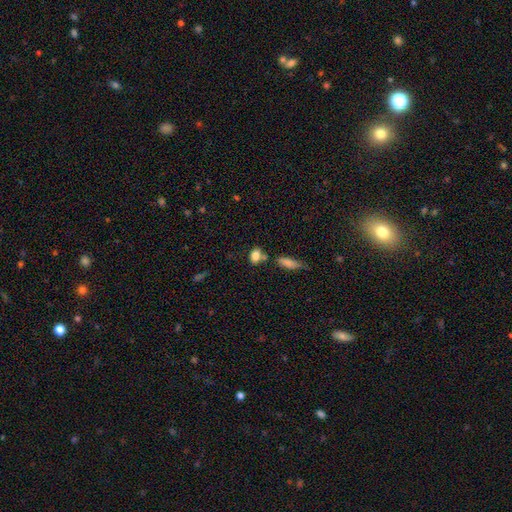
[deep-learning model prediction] smooth-or-featured: smooth: 82% | star or artifact: 9% | featured or disk: 9%
  how-rounded: in between: 71% | round: 25% | cigar-shaped: 4%
  merging: none: 56% | merger: 23% | minor disturbance: 16% | major disturbance: 5%